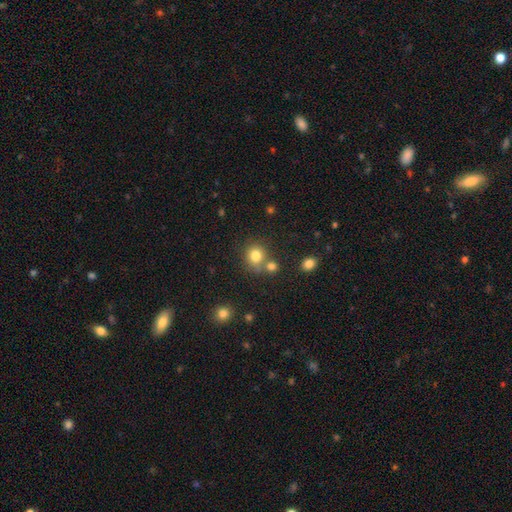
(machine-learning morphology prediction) The model was most divided on "merging": none: 63%, merger: 22%, minor disturbance: 10%, major disturbance: 4%. More confident: how rounded — round (82%); smooth or featured — smooth (80%).